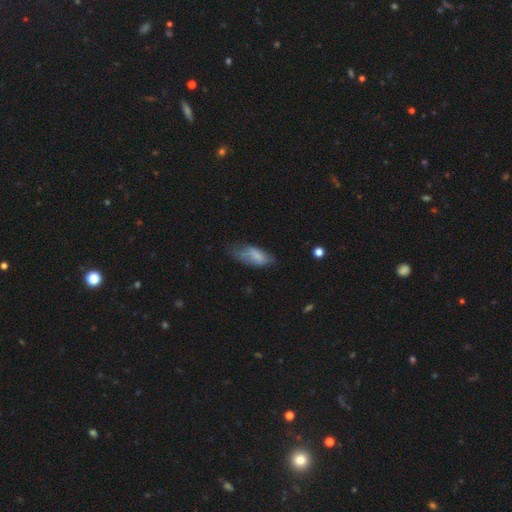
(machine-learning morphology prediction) Q: Smooth or featured?
A: smooth (73%); runner-up: featured or disk (20%)
Q: How rounded?
A: in between (82%); runner-up: cigar-shaped (16%)
Q: Merging?
A: none (38%); runner-up: minor disturbance (37%)